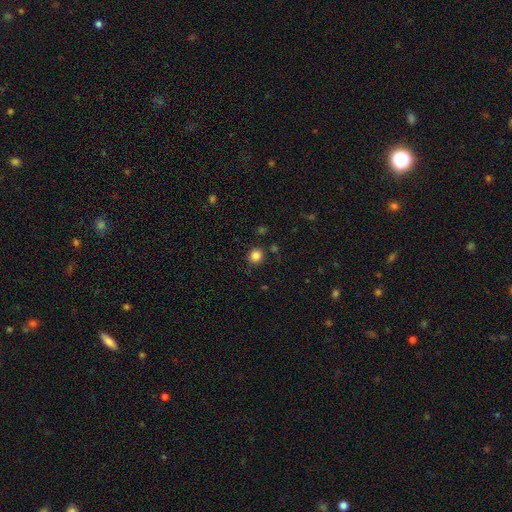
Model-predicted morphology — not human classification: Smooth or featured? smooth (85%)
How rounded? round (91%)
Merging? none (88%)